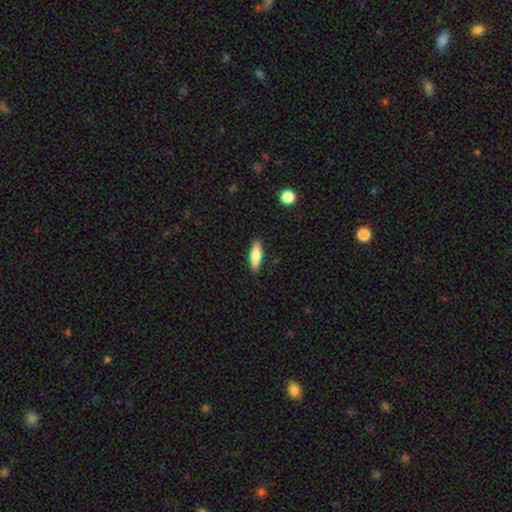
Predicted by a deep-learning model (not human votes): This is likely a smooth galaxy (73%). How rounded: possibly cigar-shaped (52%). Merging: clearly none (88%).